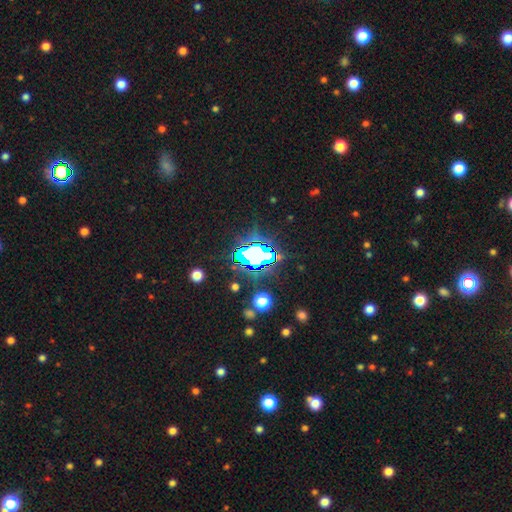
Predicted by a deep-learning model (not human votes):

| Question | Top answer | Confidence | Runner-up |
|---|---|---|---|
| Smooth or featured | star or artifact | 66% | smooth (21%) |